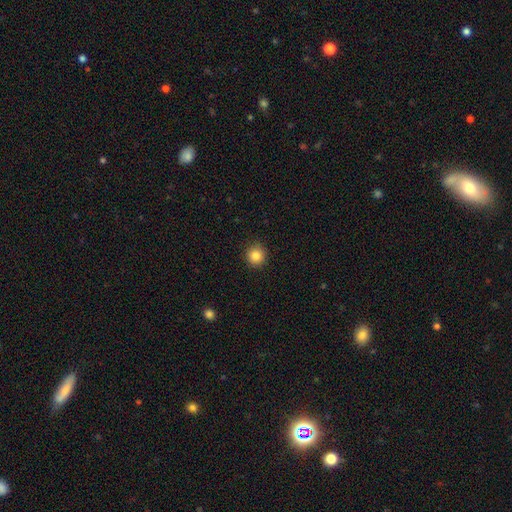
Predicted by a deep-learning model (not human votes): A smooth galaxy with no disk features (86%) that is round (92%). Merging: none (91%).